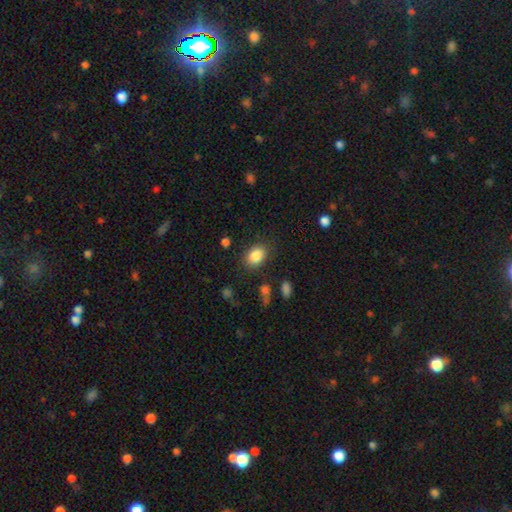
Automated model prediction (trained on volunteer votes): Q: Smooth or featured?
A: smooth (86%); runner-up: star or artifact (9%)
Q: How rounded?
A: in between (69%); runner-up: round (30%)
Q: Merging?
A: none (81%); runner-up: minor disturbance (12%)